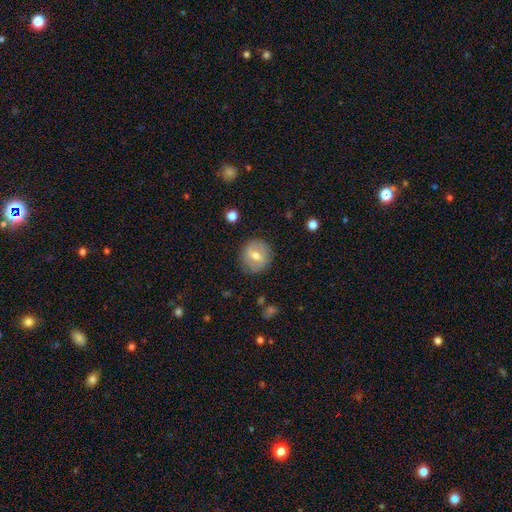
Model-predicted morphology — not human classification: smooth_or_featured: smooth (p=0.54) [alt: featured or disk p=0.38]
how_rounded: round (p=0.87) [alt: in between p=0.12]
merging: none (p=0.85) [alt: minor disturbance p=0.11]